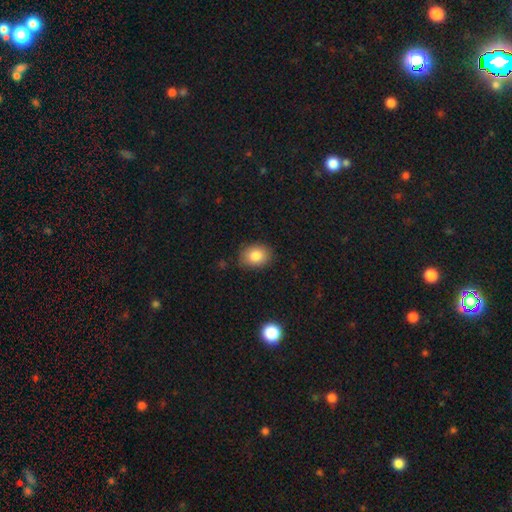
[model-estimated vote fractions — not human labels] A smooth galaxy with no disk features (83%) that is in between round and cigar-shaped (59%).

Vote fractions:
- Smooth or featured? smooth: 83% / star or artifact: 9% / featured or disk: 8%
- How rounded? in between: 59% / round: 40% / cigar-shaped: 1%
- Merging? none: 82% / minor disturbance: 14% / major disturbance: 3% / merger: 1%